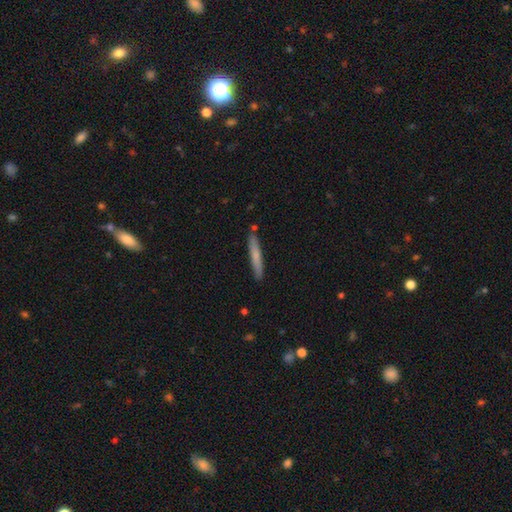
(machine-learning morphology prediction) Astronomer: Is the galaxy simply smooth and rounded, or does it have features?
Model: smooth — 67%.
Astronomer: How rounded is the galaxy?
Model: cigar-shaped — 95%.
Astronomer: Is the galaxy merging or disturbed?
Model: none — 86%.